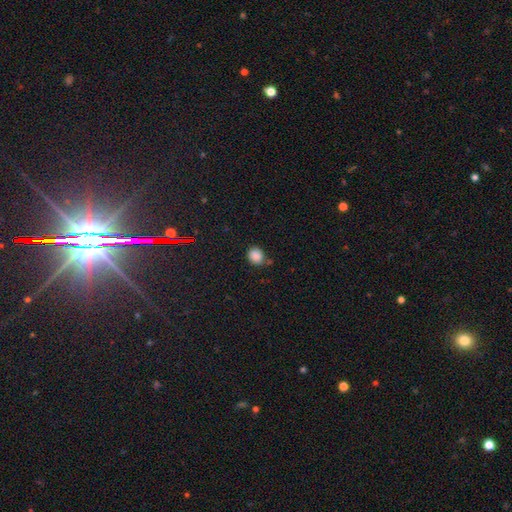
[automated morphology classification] Smooth or featured? Predicted: smooth (p=0.85). How rounded? Predicted: round (p=0.72). Merging? Predicted: none (p=0.72).